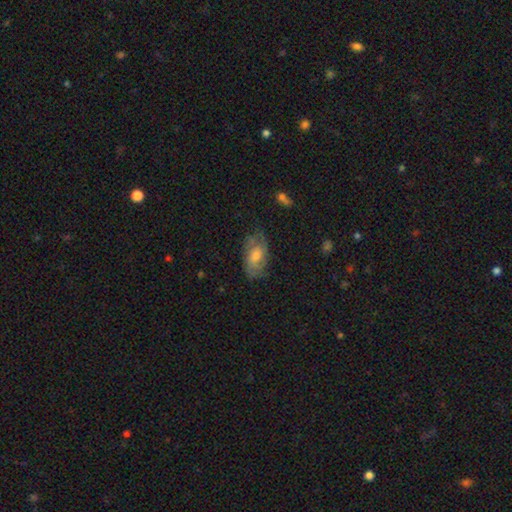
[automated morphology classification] A featured or disk galaxy (55%) with no bar (67%), spiral arms (81%) and a moderate central bulge (61%). Merging: none (69%).